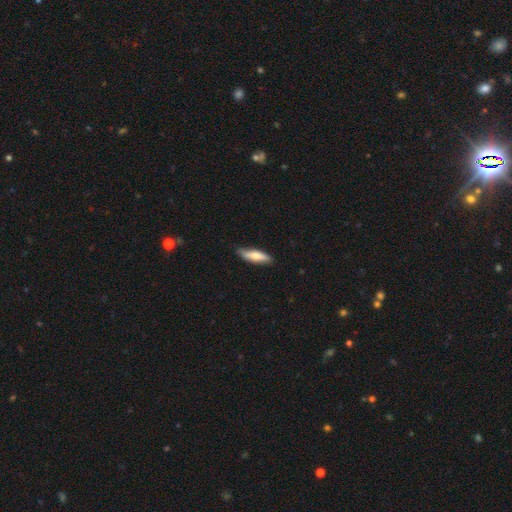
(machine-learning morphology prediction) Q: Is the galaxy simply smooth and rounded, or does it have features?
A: smooth — 69%.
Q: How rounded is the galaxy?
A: cigar-shaped — 62%.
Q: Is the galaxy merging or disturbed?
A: none — 80%.